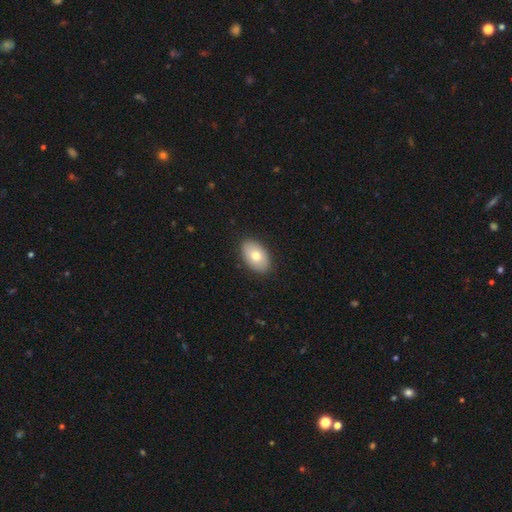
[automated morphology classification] Q: Smooth or featured?
A: smooth (73%); runner-up: featured or disk (20%)
Q: How rounded?
A: in between (90%); runner-up: round (9%)
Q: Merging?
A: none (88%); runner-up: minor disturbance (9%)